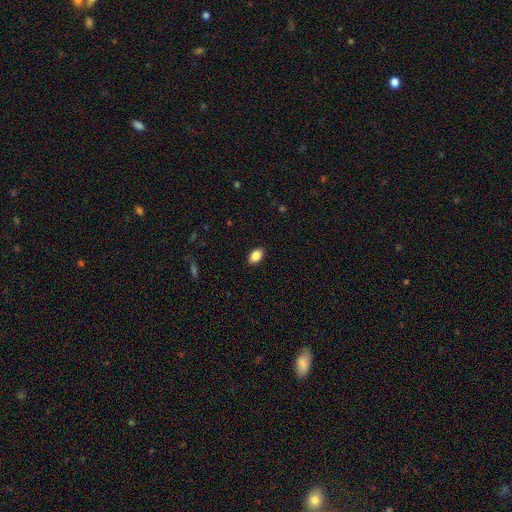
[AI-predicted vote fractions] The model was most divided on "how rounded": in between: 88%, round: 11%, cigar-shaped: 1%. More confident: merging — none (89%); smooth or featured — smooth (87%).